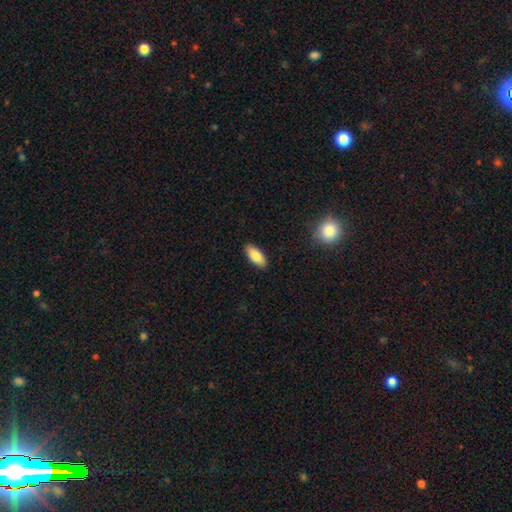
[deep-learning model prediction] The model was most divided on "how rounded": in between: 86%, cigar-shaped: 12%, round: 2%. More confident: merging — none (89%); smooth or featured — smooth (84%).